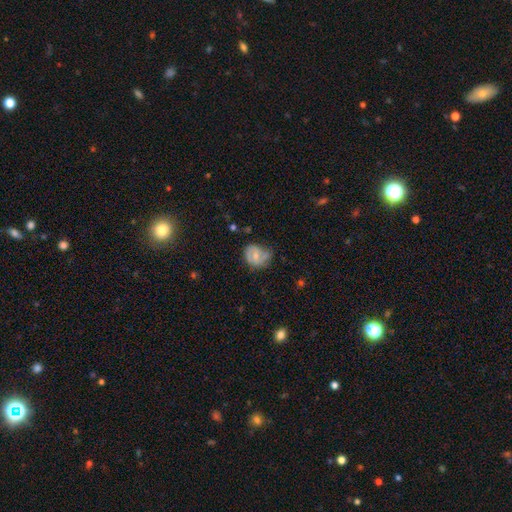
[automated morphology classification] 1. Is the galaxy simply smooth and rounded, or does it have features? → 47% featured or disk, 45% smooth, 8% star or artifact.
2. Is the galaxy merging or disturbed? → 45% none, 37% minor disturbance, 15% major disturbance, 3% merger.